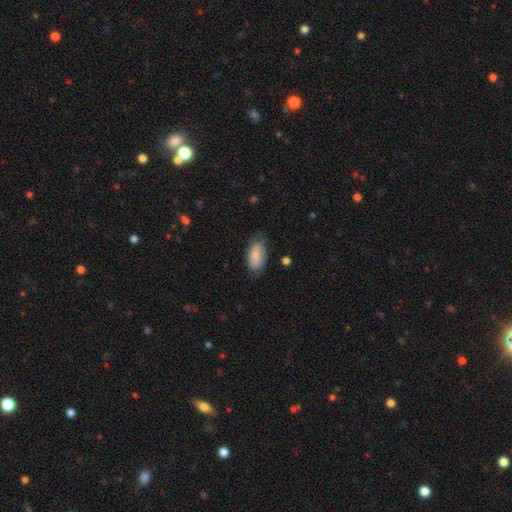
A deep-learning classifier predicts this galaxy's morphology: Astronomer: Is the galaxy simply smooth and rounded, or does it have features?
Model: smooth — 77%.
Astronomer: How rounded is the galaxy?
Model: in between — 93%.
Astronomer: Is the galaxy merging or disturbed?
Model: none — 63%.